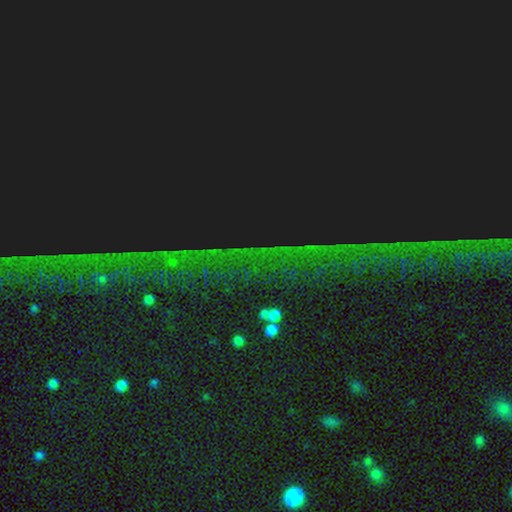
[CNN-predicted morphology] type=star or artifact (86%).